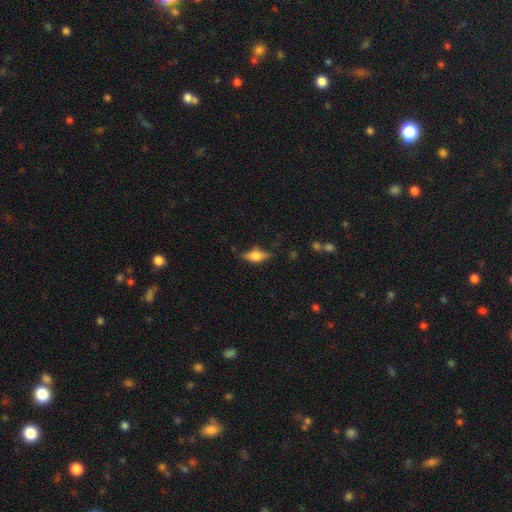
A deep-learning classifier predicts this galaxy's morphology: Smooth or featured? Predicted: smooth (p=0.46, tied with featured or disk). Merging? Predicted: none (p=0.77).